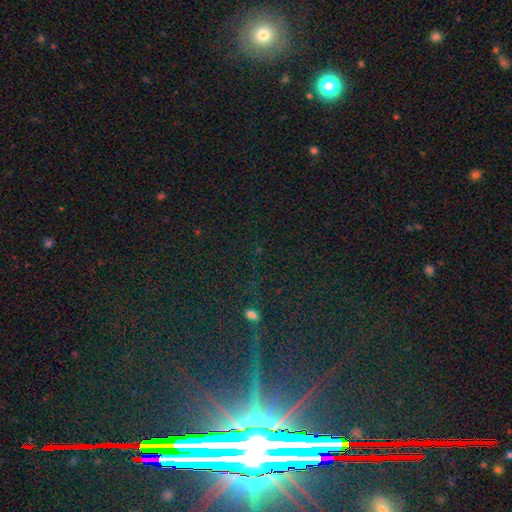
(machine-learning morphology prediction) smooth-or-featured: star or artifact: 76% | featured or disk: 14% | smooth: 10%